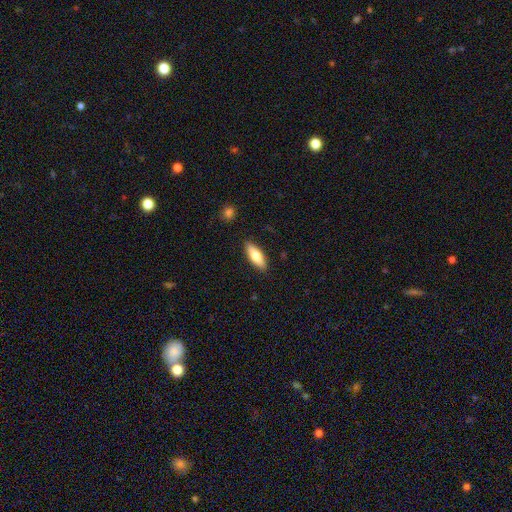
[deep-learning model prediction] This appears to be a smooth galaxy with no disk features (71%) that is in between round and cigar-shaped (61%). Merging: none (88%).